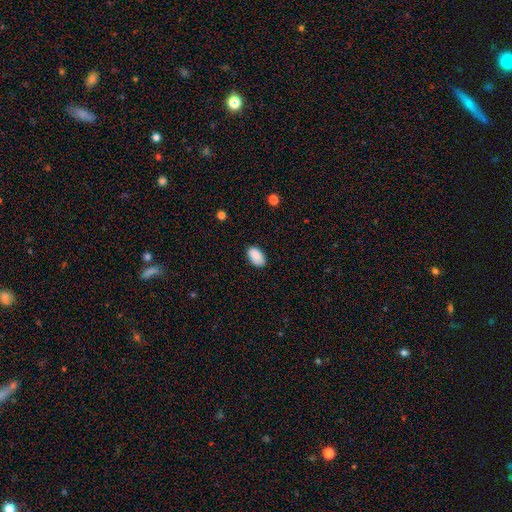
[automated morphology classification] Smooth or featured?
  - smooth: 90% *
  - star or artifact: 7%
  - featured or disk: 3%
How rounded?
  - in between: 94% *
  - round: 5%
  - cigar-shaped: 1%
Merging?
  - none: 86% *
  - minor disturbance: 11%
  - major disturbance: 2%
  - merger: 1%